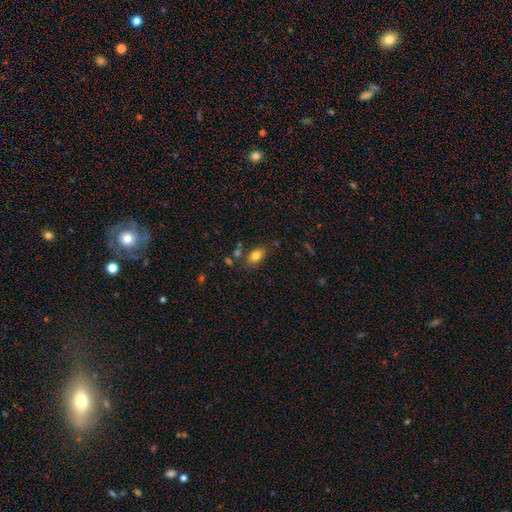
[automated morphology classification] Overall: smooth (82%). How rounded: in between (88%). Merging: none (73%).